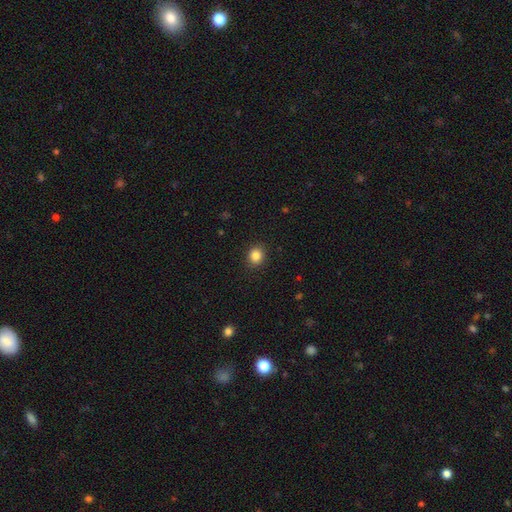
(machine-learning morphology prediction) Smooth or featured: smooth — 85% (star or artifact — 10%)
How rounded: round — 77% (in between — 22%)
Merging: none — 90% (minor disturbance — 7%)